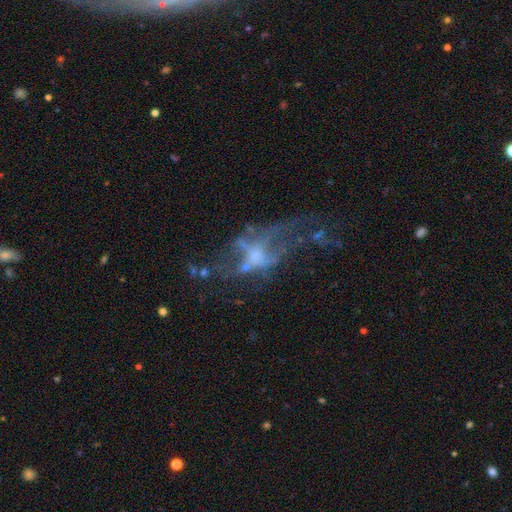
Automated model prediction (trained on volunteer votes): A featured or disk galaxy (64%) with no bar (77%), no spiral arms (72%) and a moderate central bulge (34%).

Vote fractions:
- Smooth or featured? featured or disk: 64% / smooth: 19% / star or artifact: 16%
- Edge-on disk? no: 91% / yes: 9%
- Bar? no: 77% / weak: 17% / strong: 6%
- Spiral arms? no: 72% / yes: 28%
- Bulge size? moderate: 34% / small: 28% / none: 27% / large: 8% / dominant: 2%
- Merging? major disturbance: 45% / none: 28% / minor disturbance: 14% / merger: 12%